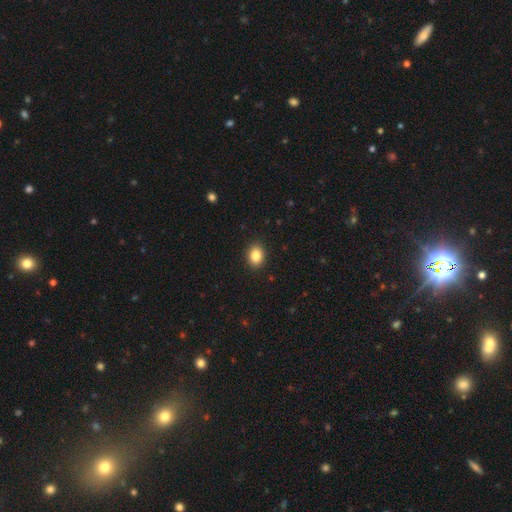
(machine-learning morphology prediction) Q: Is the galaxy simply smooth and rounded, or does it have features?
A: smooth — 85%.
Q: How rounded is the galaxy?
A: in between — 58%.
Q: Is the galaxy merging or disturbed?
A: none — 90%.